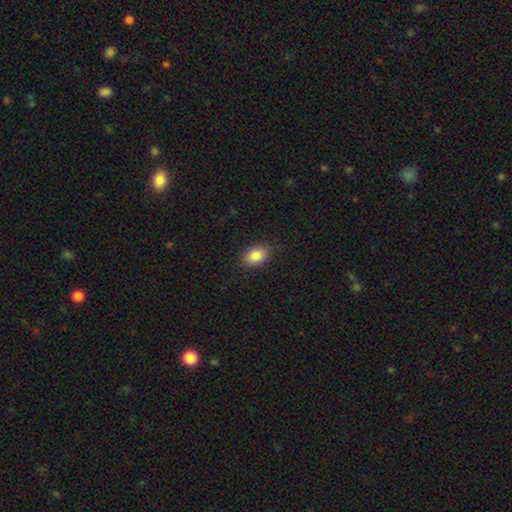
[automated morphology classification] smooth_or_featured: smooth (p=0.86) [alt: star or artifact p=0.08]
how_rounded: in between (p=0.80) [alt: round p=0.19]
merging: none (p=0.85) [alt: minor disturbance p=0.11]